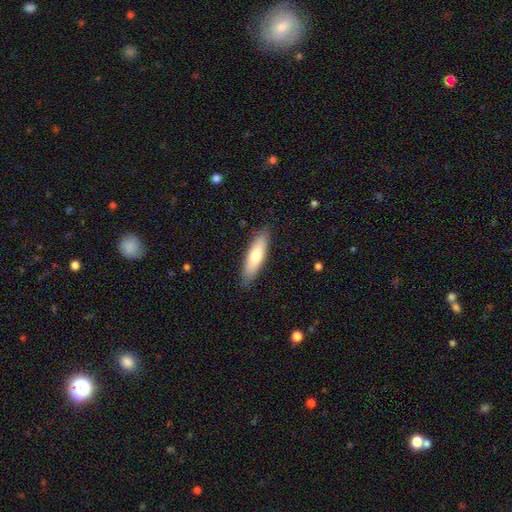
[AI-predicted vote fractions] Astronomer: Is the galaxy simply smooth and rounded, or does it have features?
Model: smooth — 70%.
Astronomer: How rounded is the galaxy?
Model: cigar-shaped — 59% (runner-up: in between, 40%).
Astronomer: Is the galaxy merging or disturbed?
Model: none — 86%.